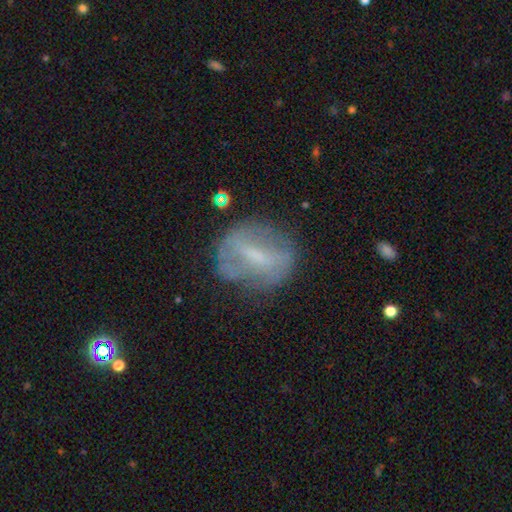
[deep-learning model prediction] The model was most divided on "bar": strong: 41%, weak: 40%, no: 19%. Remaining: edge-on disk — no (92%); merging — none (64%); spiral arms — no (60%); smooth or featured — featured or disk (57%); bulge size — small (42%).